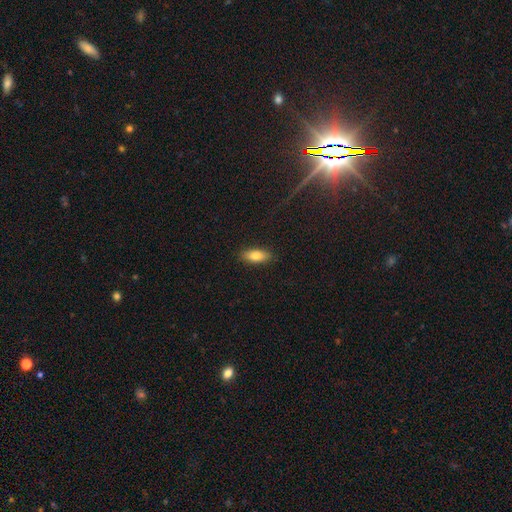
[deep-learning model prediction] This is clearly a smooth galaxy (81%). How rounded: likely in between (80%). Merging: clearly none (88%).